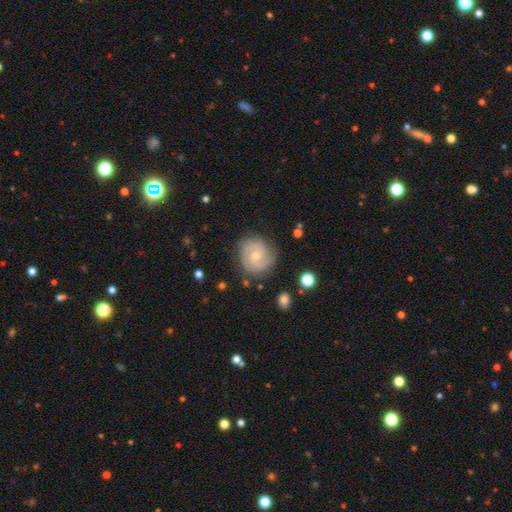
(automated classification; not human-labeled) The model was most divided on "spiral winding": tight: 53%, medium: 37%, loose: 10%. More confident: edge-on disk — no (98%); spiral arms — yes (93%); merging — none (81%); smooth or featured — featured or disk (74%); spiral arm count — 2 (72%); bar — no (62%); bulge size — small (59%).